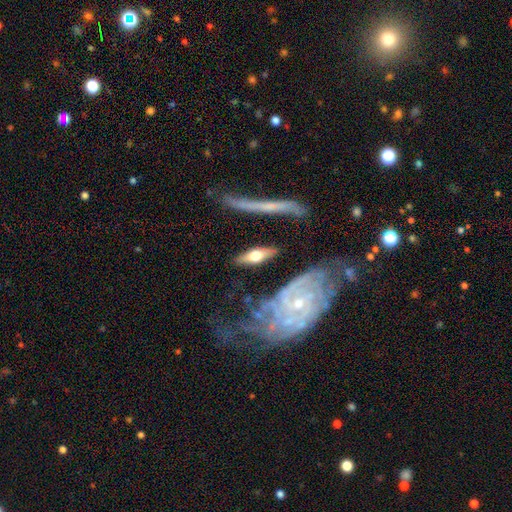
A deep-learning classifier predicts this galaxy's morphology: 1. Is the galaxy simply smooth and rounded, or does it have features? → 50% featured or disk, 45% smooth, 5% star or artifact.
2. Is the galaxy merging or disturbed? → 77% none, 14% minor disturbance, 5% merger, 4% major disturbance.